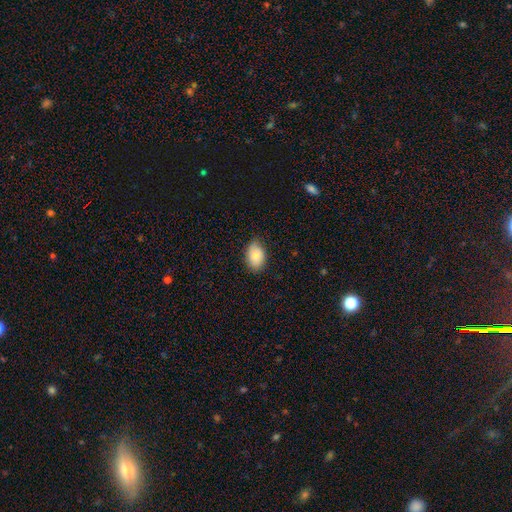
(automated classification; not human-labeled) smooth 85%, featured or disk 9%, star or artifact 7%. Down the decision tree: how rounded — in between (87%); merging — none (82%).